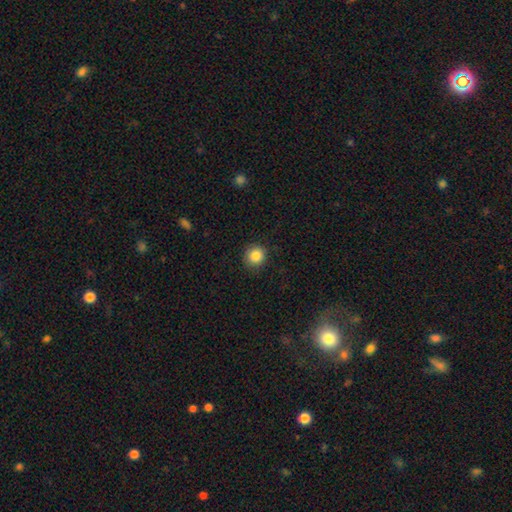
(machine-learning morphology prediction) Smooth or featured: smooth — 86% (star or artifact — 10%)
How rounded: round — 92% (in between — 7%)
Merging: none — 89% (minor disturbance — 8%)